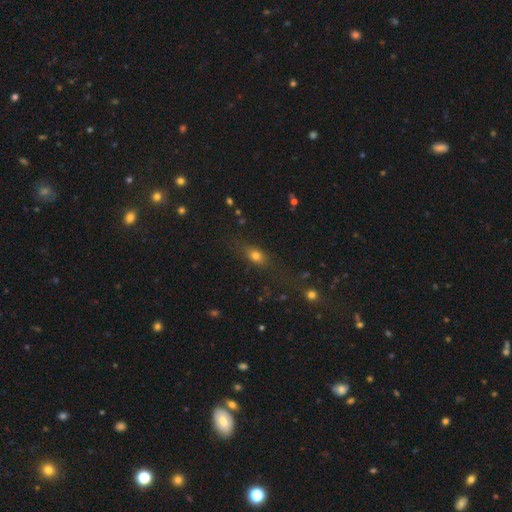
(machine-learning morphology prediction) Overall: smooth (70%). How rounded: in between (58%; round 24%). Merging: none (68%).